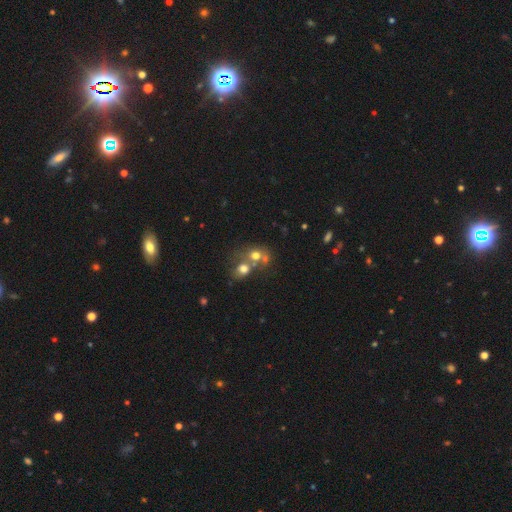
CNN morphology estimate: Smooth or featured? Predicted: smooth (p=0.65). How rounded? Predicted: round (p=0.69). Merging? Predicted: merger (p=0.56).